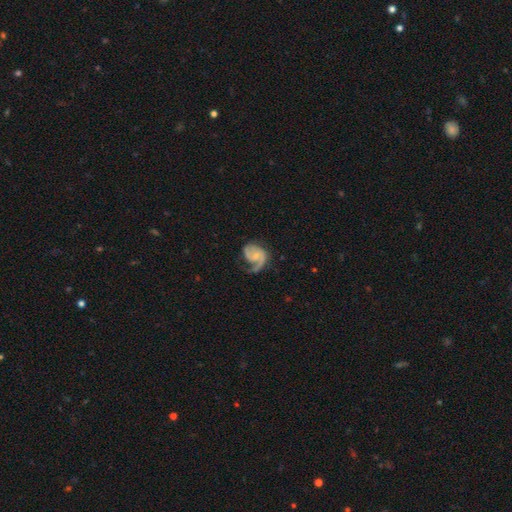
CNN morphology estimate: The model was most divided on "spiral winding": medium: 48%, tight: 26%, loose: 26%. More confident: edge-on disk — no (98%); spiral arms — yes (96%); smooth or featured — featured or disk (84%); spiral arm count — 2 (61%); bar — no (60%); bulge size — small (56%); merging — none (52%).